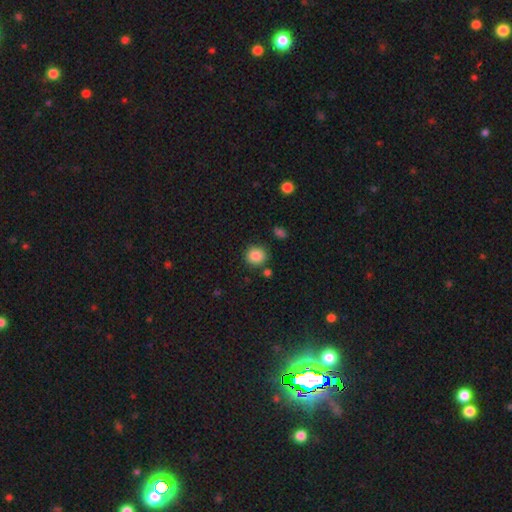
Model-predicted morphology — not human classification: Overall: smooth (86%). How rounded: round (90%). Merging: none (85%).